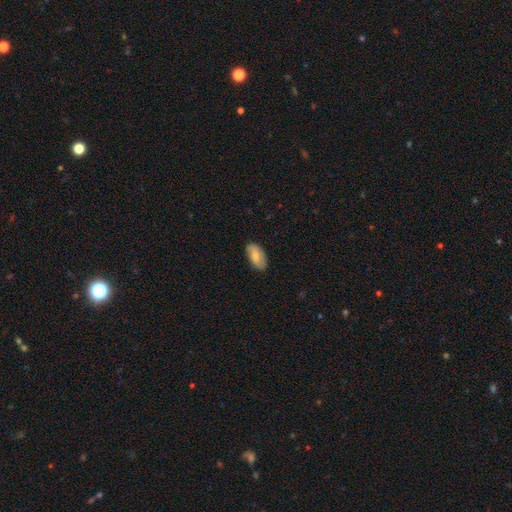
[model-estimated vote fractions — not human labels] Smooth or featured?
  - smooth: 68% *
  - featured or disk: 26%
  - star or artifact: 6%
How rounded?
  - in between: 93% *
  - cigar-shaped: 4%
  - round: 3%
Merging?
  - none: 83% *
  - minor disturbance: 13%
  - major disturbance: 2%
  - merger: 1%